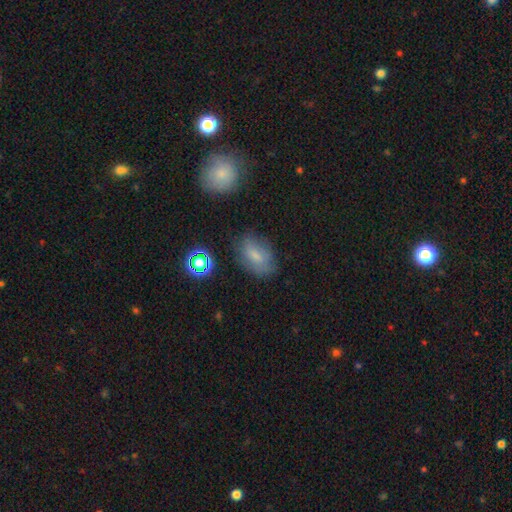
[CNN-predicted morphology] Smooth or featured: smooth — 69% (featured or disk — 19%)
How rounded: in between — 86% (round — 11%)
Merging: none — 68% (minor disturbance — 22%)